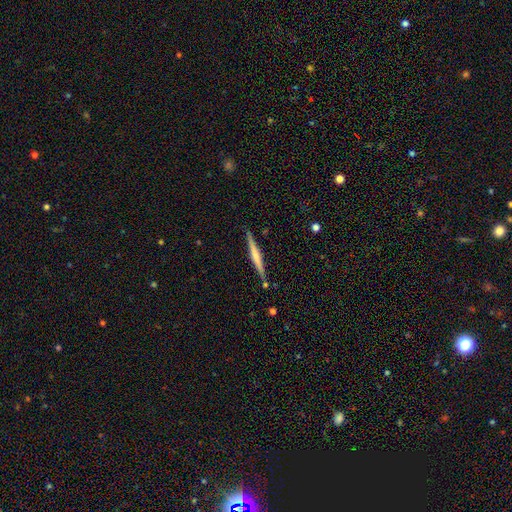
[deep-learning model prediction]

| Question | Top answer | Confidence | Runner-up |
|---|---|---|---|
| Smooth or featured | featured or disk | 61% | smooth (34%) |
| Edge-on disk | yes | 98% | no (2%) |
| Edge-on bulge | rounded | 45% | none (37%) |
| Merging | none | 87% | minor disturbance (9%) |